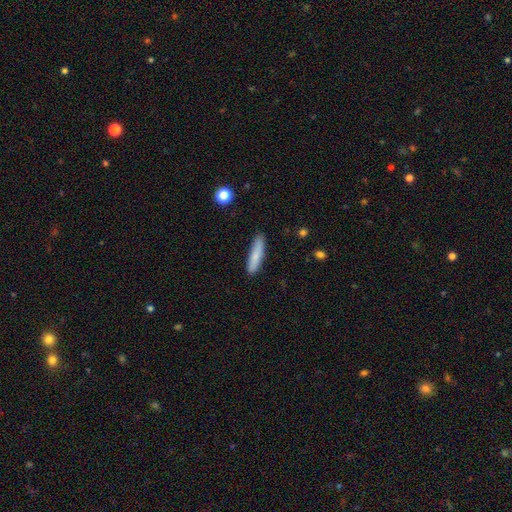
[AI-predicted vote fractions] smooth 82%, featured or disk 12%, star or artifact 6%. Down the decision tree: how rounded — cigar-shaped (84%); merging — none (88%).